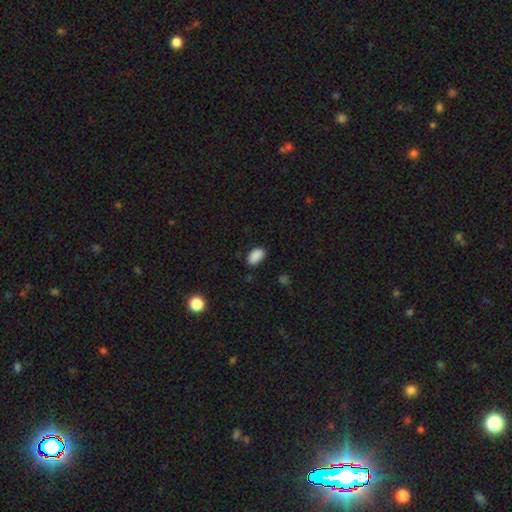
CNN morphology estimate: A smooth galaxy with no disk features (88%) that is in between round and cigar-shaped (93%).

Vote fractions:
- Smooth or featured? smooth: 88% / star or artifact: 9% / featured or disk: 3%
- How rounded? in between: 93% / round: 5% / cigar-shaped: 2%
- Merging? none: 83% / minor disturbance: 13% / major disturbance: 3% / merger: 1%